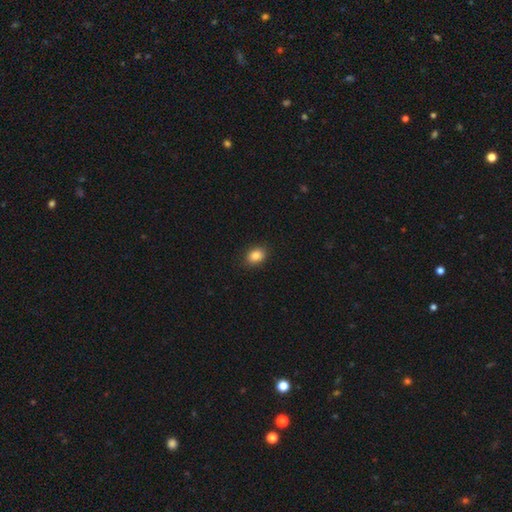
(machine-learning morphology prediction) A smooth galaxy with no disk features (85%) that is in between round and cigar-shaped (66%).

Vote fractions:
- Smooth or featured? smooth: 85% / star or artifact: 9% / featured or disk: 6%
- How rounded? in between: 66% / round: 33% / cigar-shaped: 1%
- Merging? none: 88% / minor disturbance: 9% / major disturbance: 2% / merger: 1%